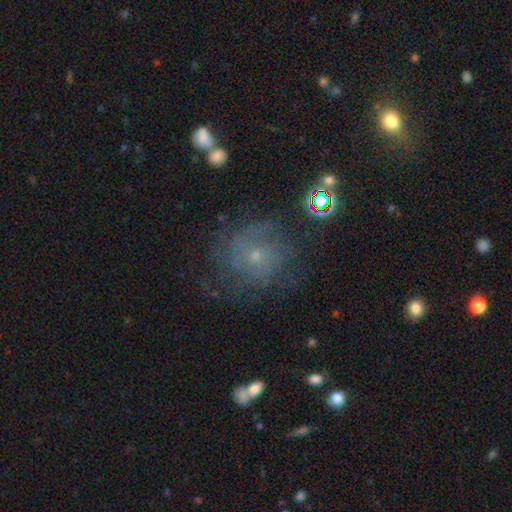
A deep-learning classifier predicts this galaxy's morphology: Q: Smooth or featured?
A: featured or disk (58%); runner-up: smooth (22%)
Q: Edge-on disk?
A: no (97%); runner-up: yes (3%)
Q: Bar?
A: no (80%); runner-up: weak (17%)
Q: Spiral arms?
A: yes (83%); runner-up: no (17%)
Q: Bulge size?
A: small (71%); runner-up: moderate (23%)
Q: Merging?
A: none (67%); runner-up: minor disturbance (17%)